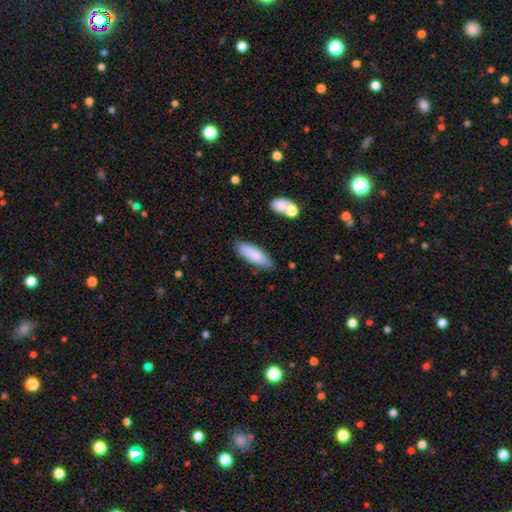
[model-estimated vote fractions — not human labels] Smooth or featured? smooth (84%)
How rounded? in between (54%)
Merging? none (81%)